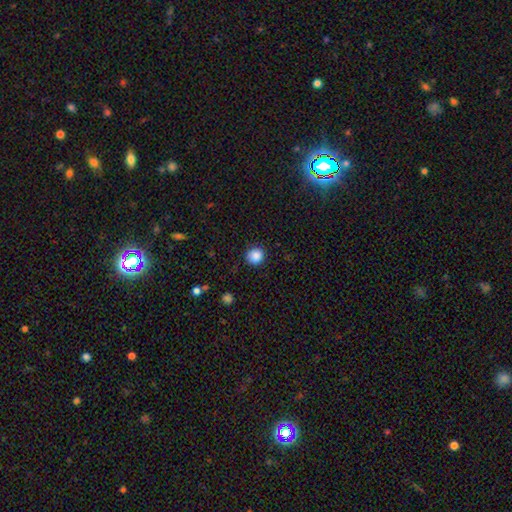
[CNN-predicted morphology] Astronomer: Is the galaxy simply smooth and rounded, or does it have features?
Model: smooth — 87%.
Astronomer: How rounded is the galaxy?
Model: round — 89%.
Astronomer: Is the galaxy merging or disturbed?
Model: none — 90%.